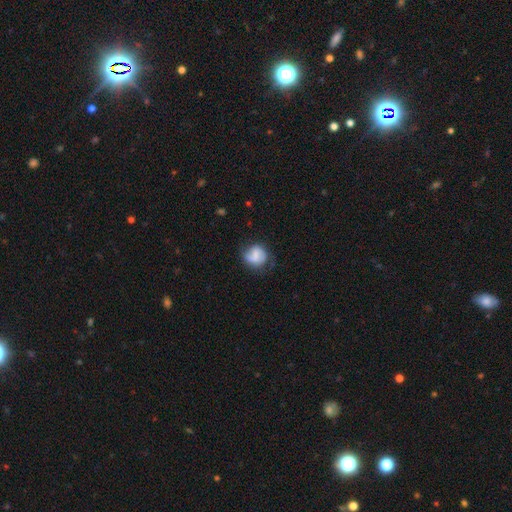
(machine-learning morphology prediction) A smooth galaxy with no disk features (52%) that is round (76%).

Vote fractions:
- Smooth or featured? smooth: 52% / featured or disk: 40% / star or artifact: 8%
- How rounded? round: 76% / in between: 23% / cigar-shaped: 1%
- Merging? none: 60% / minor disturbance: 26% / major disturbance: 12% / merger: 2%